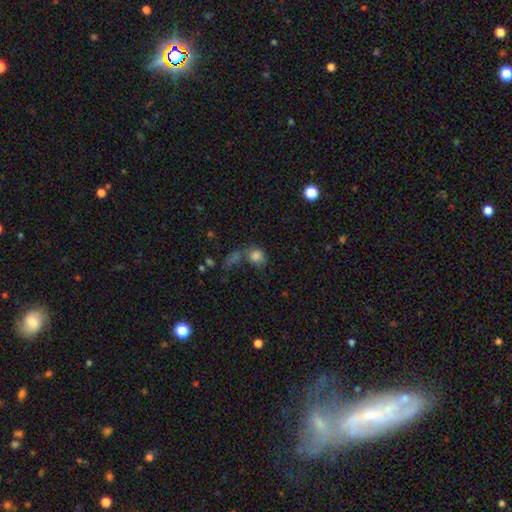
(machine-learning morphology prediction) The model was most divided on "merging": merger: 38%, none: 37%, major disturbance: 13%, minor disturbance: 12%. More confident: smooth or featured — smooth (78%); how rounded — round (63%).